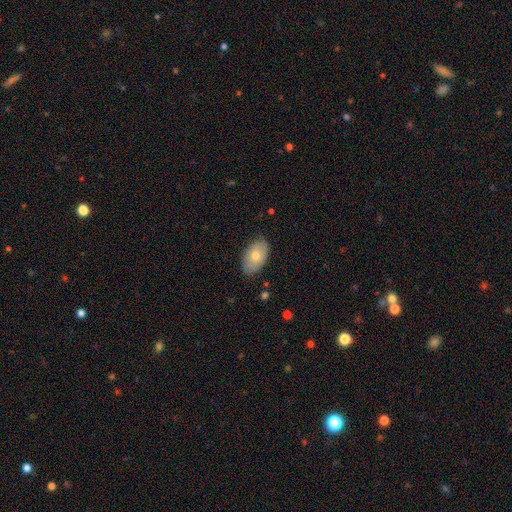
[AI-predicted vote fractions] The model was most divided on "smooth or featured": smooth: 74%, featured or disk: 20%, star or artifact: 6%. More confident: how rounded — in between (93%); merging — none (81%).